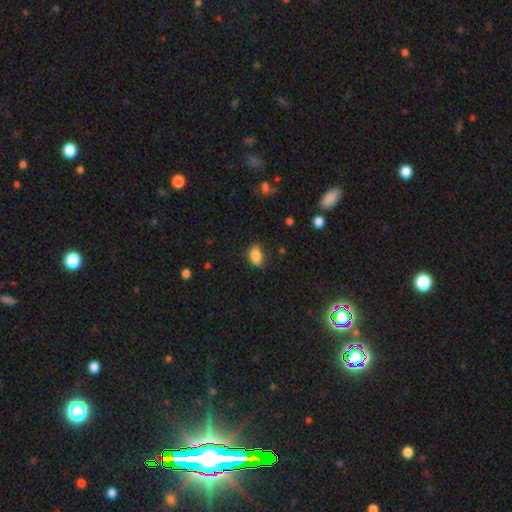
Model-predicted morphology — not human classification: smooth 86%, star or artifact 9%, featured or disk 5%. Down the decision tree: how rounded — in between (86%); merging — none (73%).